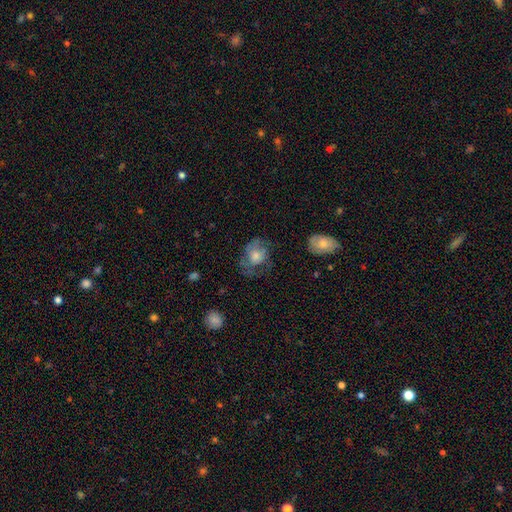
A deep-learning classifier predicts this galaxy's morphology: Smooth or featured? featured or disk (49%)
Merging? none (52%)